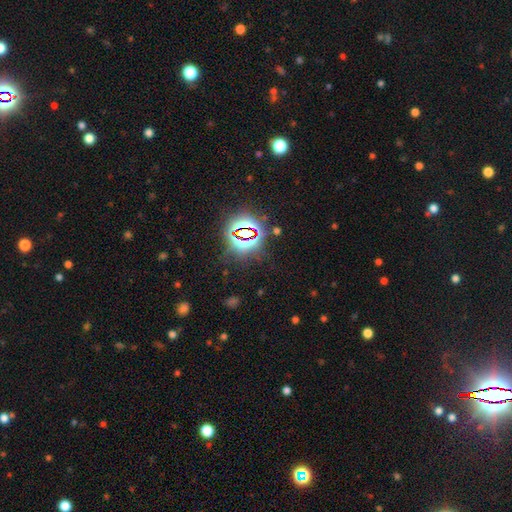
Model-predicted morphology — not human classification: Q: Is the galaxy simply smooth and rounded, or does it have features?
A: star or artifact — 83%.